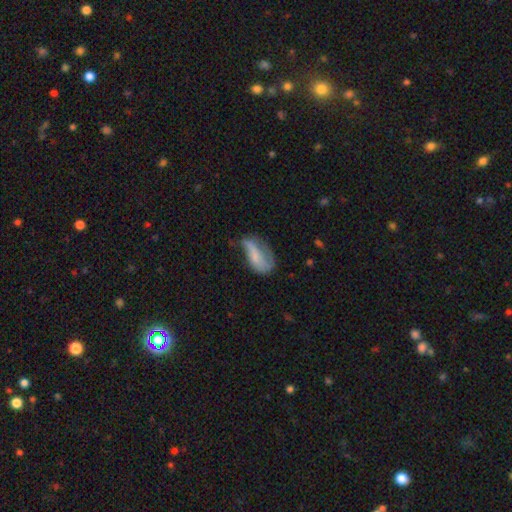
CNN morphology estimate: The model was most divided on "merging": minor disturbance: 33%, major disturbance: 32%, none: 30%, merger: 5%. More confident: how rounded — in between (83%); smooth or featured — smooth (51%).